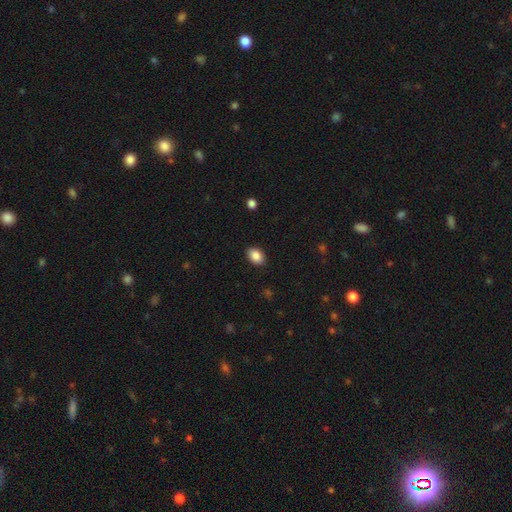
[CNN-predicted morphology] The model was most divided on "how rounded": in between: 83%, round: 16%, cigar-shaped: 1%. More confident: smooth or featured — smooth (88%); merging — none (88%).